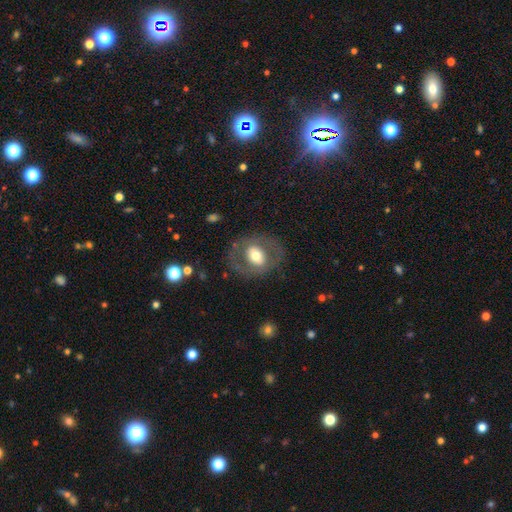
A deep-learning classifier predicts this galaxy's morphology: This is possibly a smooth galaxy (48%). Merging: likely none (76%).